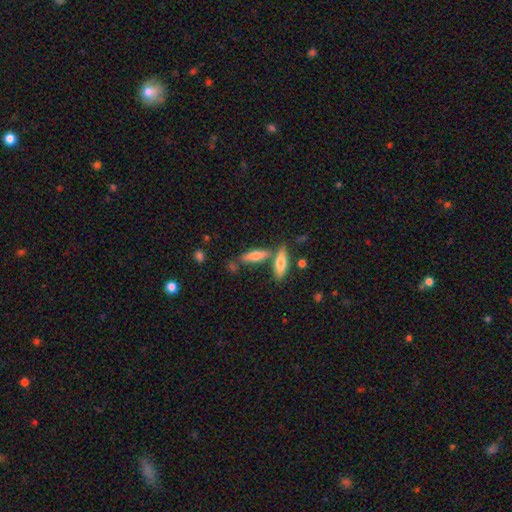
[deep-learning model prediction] Morphology: type=smooth (65%); roundness=cigar-shaped (59%); merging=none (57%).